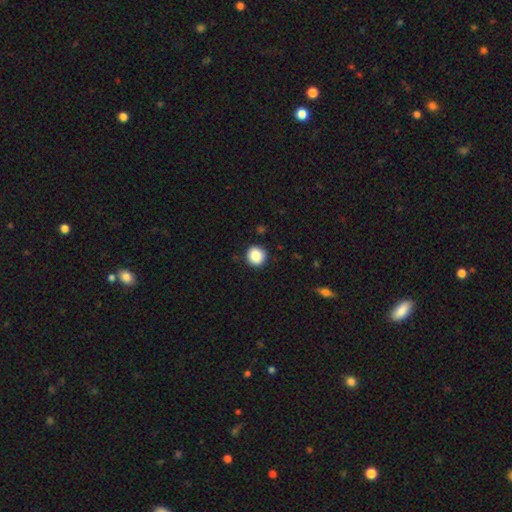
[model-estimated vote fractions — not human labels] Smooth or featured: smooth — 88% (star or artifact — 9%)
How rounded: round — 93% (in between — 6%)
Merging: none — 91% (minor disturbance — 6%)